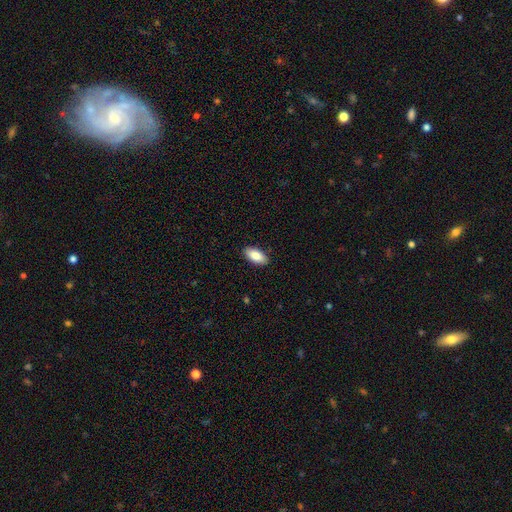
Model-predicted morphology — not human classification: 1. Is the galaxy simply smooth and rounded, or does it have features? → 87% smooth, 7% featured or disk, 6% star or artifact.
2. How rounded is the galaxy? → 92% in between, 6% cigar-shaped, 2% round.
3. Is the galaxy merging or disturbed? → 89% none, 9% minor disturbance, 2% major disturbance, 1% merger.